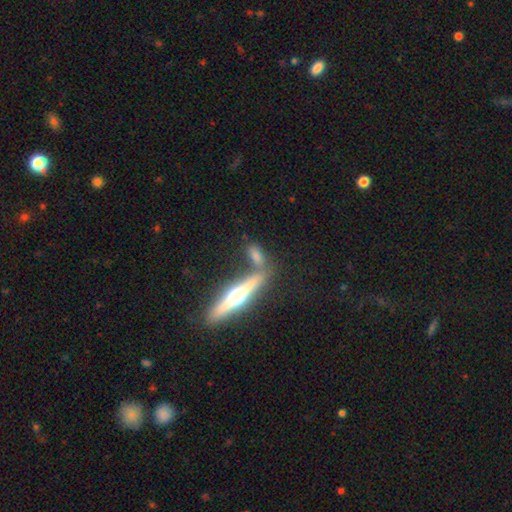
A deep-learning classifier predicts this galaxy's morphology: Smooth or featured: smooth — 50% (featured or disk — 39%)
How rounded: cigar-shaped — 48% (in between — 45%)
Merging: none — 60% (merger — 25%)